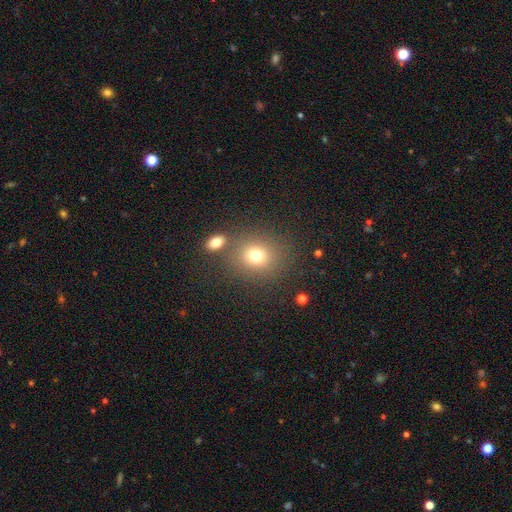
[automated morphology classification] Overall: smooth (75%). How rounded: round (71%). Merging: none (73%).